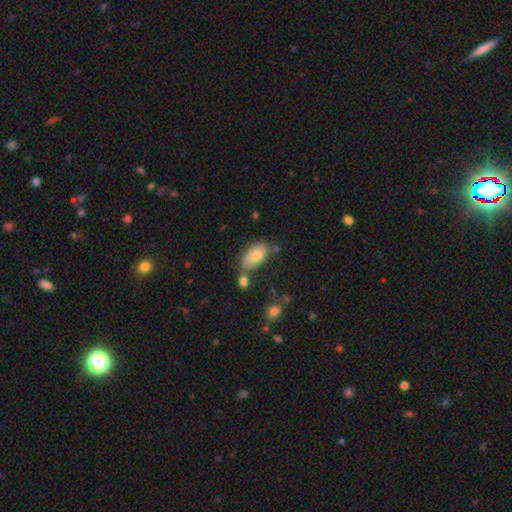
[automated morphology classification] Smooth or featured? smooth (78%)
How rounded? in between (93%)
Merging? none (67%)